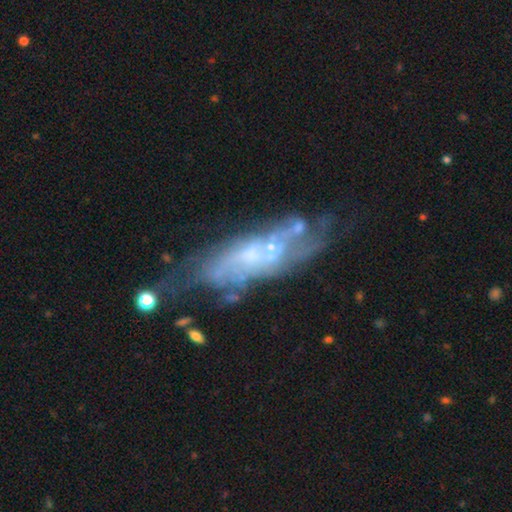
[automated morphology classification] smooth-or-featured: featured or disk: 73% | smooth: 18% | star or artifact: 9%
  disk-edge-on: no: 78% | yes: 22%
    bar: no: 73% | weak: 22% | strong: 5%
    has-spiral-arms: yes: 59% | no: 41%
    bulge-size: small: 59% | moderate: 20% | none: 18% | large: 2% | dominant: 1%
  merging: none: 52% | minor disturbance: 22% | major disturbance: 16% | merger: 9%